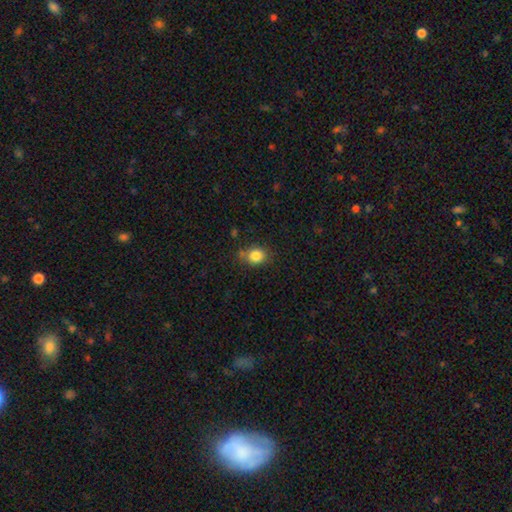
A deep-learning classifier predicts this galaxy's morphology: smooth-or-featured: smooth: 84% | star or artifact: 10% | featured or disk: 6%
  how-rounded: round: 65% | in between: 34% | cigar-shaped: 1%
  merging: none: 72% | minor disturbance: 19% | merger: 5% | major disturbance: 5%